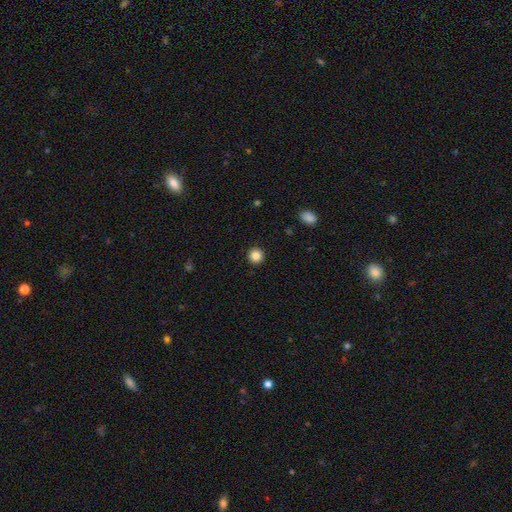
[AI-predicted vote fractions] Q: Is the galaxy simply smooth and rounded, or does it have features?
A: smooth — 86%.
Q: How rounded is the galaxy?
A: round — 95%.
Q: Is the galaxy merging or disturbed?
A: none — 93%.